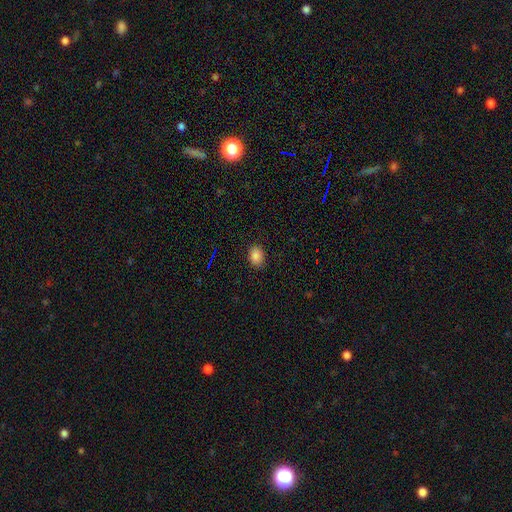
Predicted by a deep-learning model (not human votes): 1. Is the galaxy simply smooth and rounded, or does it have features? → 86% smooth, 10% star or artifact, 4% featured or disk.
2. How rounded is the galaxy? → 68% in between, 31% round, 1% cigar-shaped.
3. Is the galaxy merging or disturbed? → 87% none, 10% minor disturbance, 2% major disturbance, 1% merger.